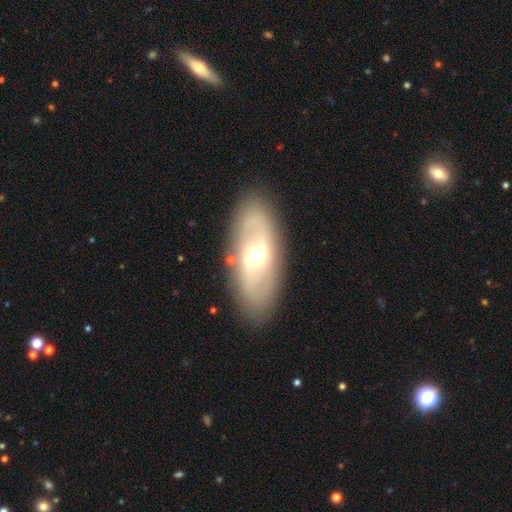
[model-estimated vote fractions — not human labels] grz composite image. It shows a featured or disk galaxy (65%) with a weak bar (46%), spiral arms (69%) and a moderate central bulge (62%). Merging: none (86%).